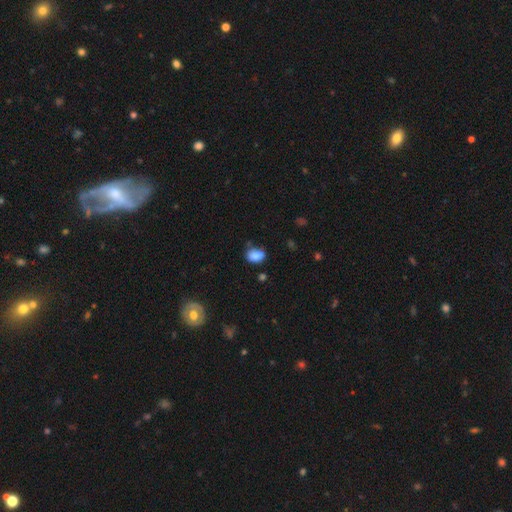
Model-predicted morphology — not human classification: The model was most divided on "merging": none: 62%, minor disturbance: 26%, merger: 6%, major disturbance: 6%. More confident: smooth or featured — smooth (84%); how rounded — in between (78%).